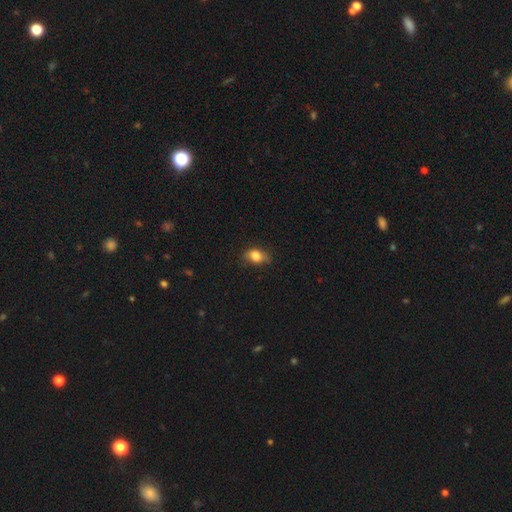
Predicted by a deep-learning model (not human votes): Smooth or featured: smooth — 77% (featured or disk — 13%)
How rounded: in between — 72% (round — 25%)
Merging: none — 64% (minor disturbance — 28%)